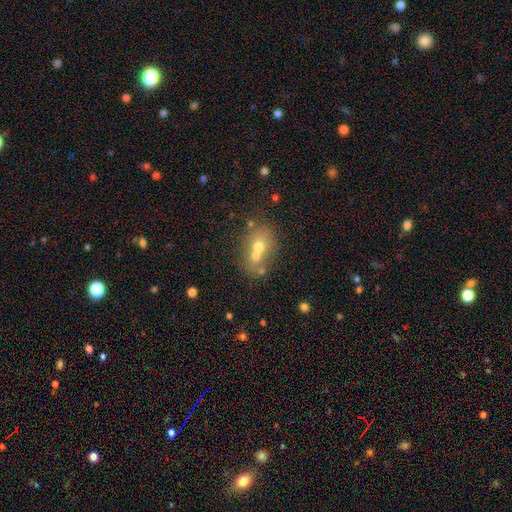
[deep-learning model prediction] This appears to be a smooth galaxy with no disk features (57%) that is round (58%). Merging: merger (58%).